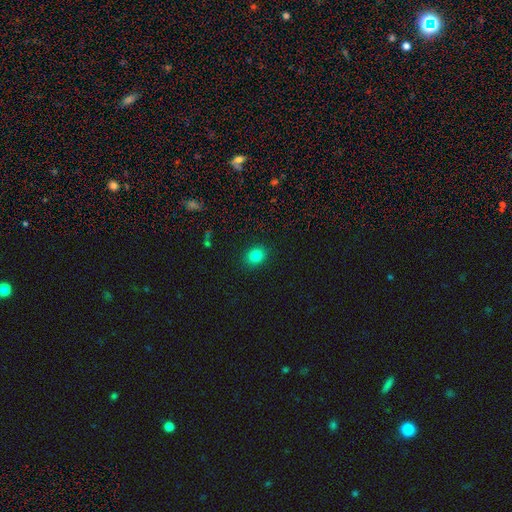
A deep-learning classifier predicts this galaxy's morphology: Smooth or featured? smooth (81%)
How rounded? round (55%)
Merging? none (90%)